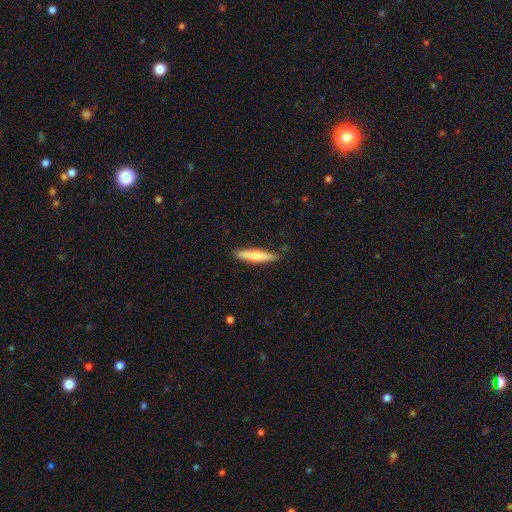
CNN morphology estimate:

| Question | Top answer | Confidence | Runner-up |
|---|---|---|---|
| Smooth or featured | smooth | 65% | featured or disk (30%) |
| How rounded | cigar-shaped | 91% | in between (8%) |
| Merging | none | 87% | minor disturbance (10%) |